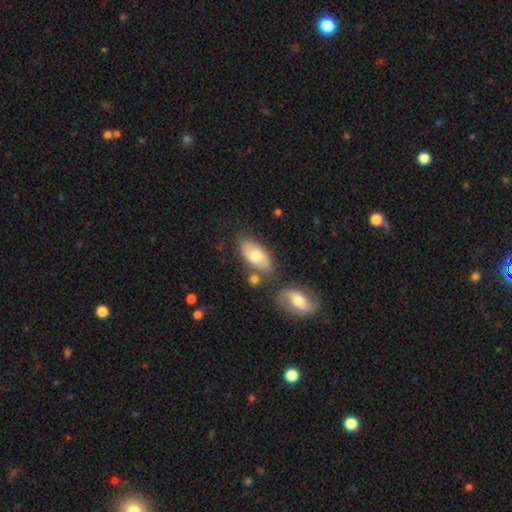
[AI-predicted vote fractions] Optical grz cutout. It shows a smooth galaxy with no disk features (63%) that is in between round and cigar-shaped (91%). Merging: none (60%).